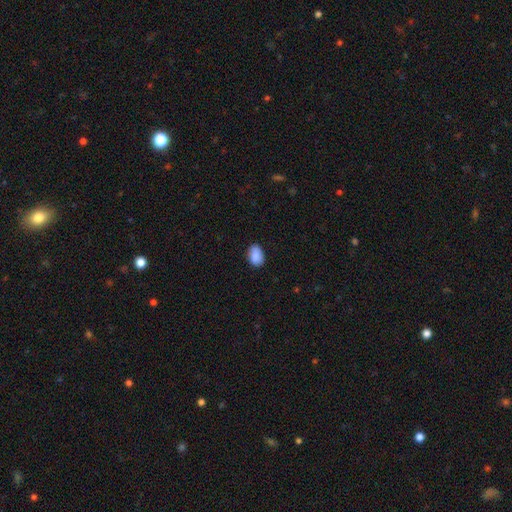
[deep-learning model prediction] This appears to be a smooth galaxy with no disk features (89%) that is in between round and cigar-shaped (87%). Merging: none (83%).